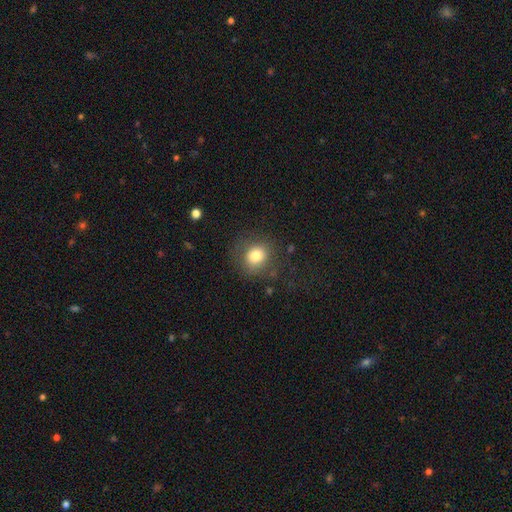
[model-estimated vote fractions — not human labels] smooth-or-featured: smooth: 79% | star or artifact: 11% | featured or disk: 10%
  how-rounded: round: 74% | in between: 25% | cigar-shaped: 1%
  merging: none: 76% | minor disturbance: 14% | major disturbance: 8% | merger: 2%